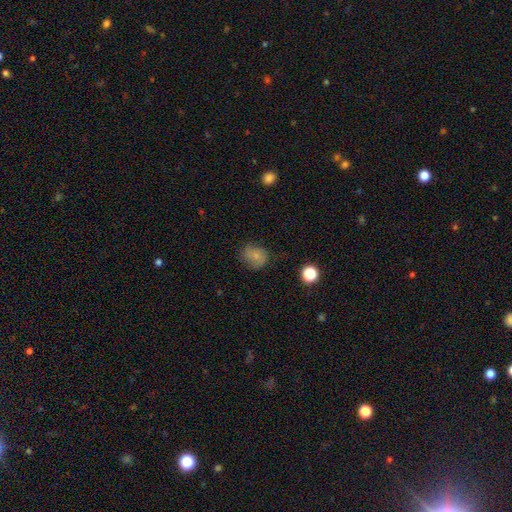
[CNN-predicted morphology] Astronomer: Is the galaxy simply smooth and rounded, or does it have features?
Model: smooth — 70%.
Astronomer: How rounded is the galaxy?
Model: round — 71%.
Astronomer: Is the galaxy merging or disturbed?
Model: none — 66%.